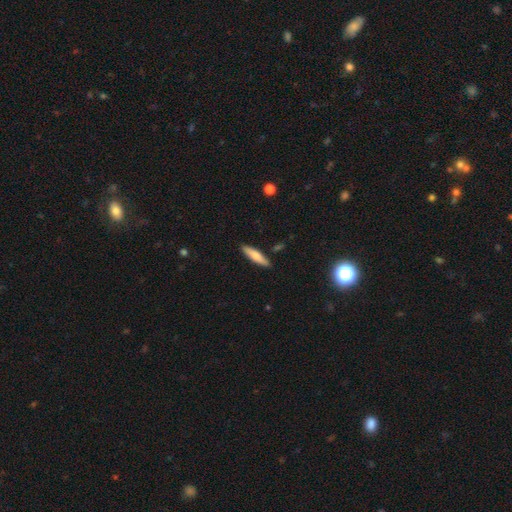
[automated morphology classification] The model was most divided on "smooth or featured": smooth: 69%, featured or disk: 25%, star or artifact: 6%. More confident: merging — none (88%); how rounded — cigar-shaped (76%).